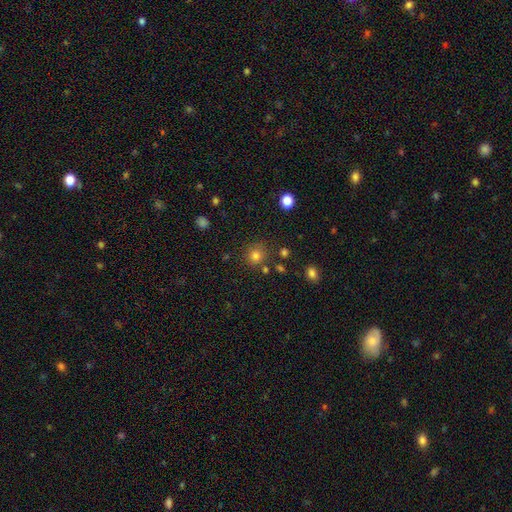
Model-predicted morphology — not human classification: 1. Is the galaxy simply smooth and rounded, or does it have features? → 79% smooth, 15% star or artifact, 6% featured or disk.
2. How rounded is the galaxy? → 89% round, 10% in between, 1% cigar-shaped.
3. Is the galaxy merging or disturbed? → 81% none, 10% minor disturbance, 6% merger, 3% major disturbance.